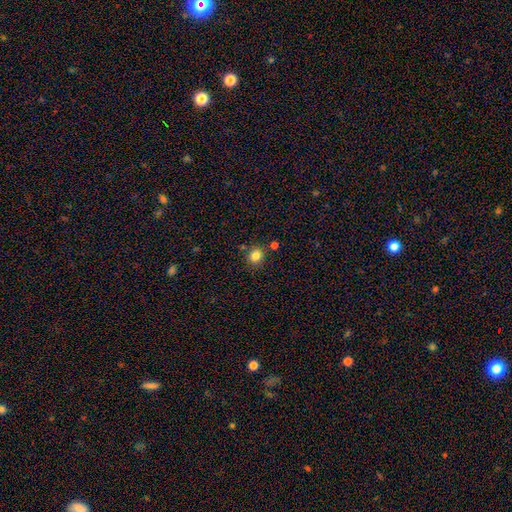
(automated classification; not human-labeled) Smooth or featured? smooth (83%)
How rounded? round (84%)
Merging? none (83%)